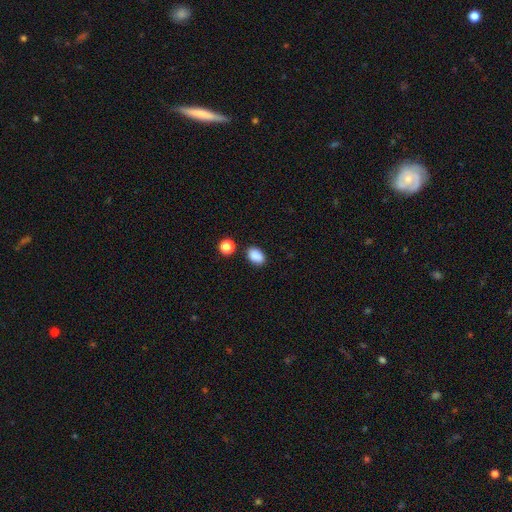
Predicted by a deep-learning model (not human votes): Smooth or featured? Predicted: smooth (p=0.88). How rounded? Predicted: in between (p=0.85). Merging? Predicted: none (p=0.83).